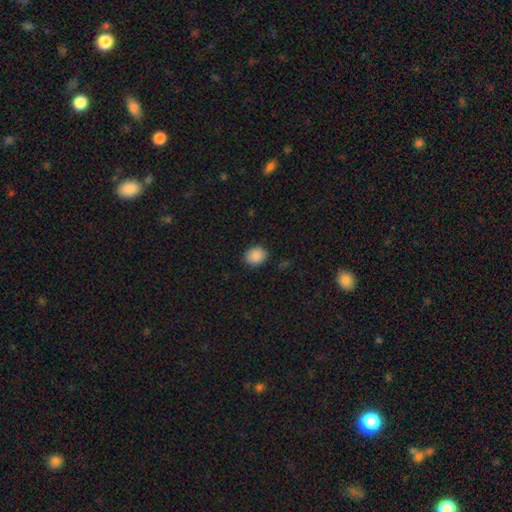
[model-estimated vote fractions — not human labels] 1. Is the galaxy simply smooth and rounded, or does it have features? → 89% smooth, 9% star or artifact, 3% featured or disk.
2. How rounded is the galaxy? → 57% round, 42% in between, 1% cigar-shaped.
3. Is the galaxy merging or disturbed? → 87% none, 9% minor disturbance, 2% major disturbance, 1% merger.